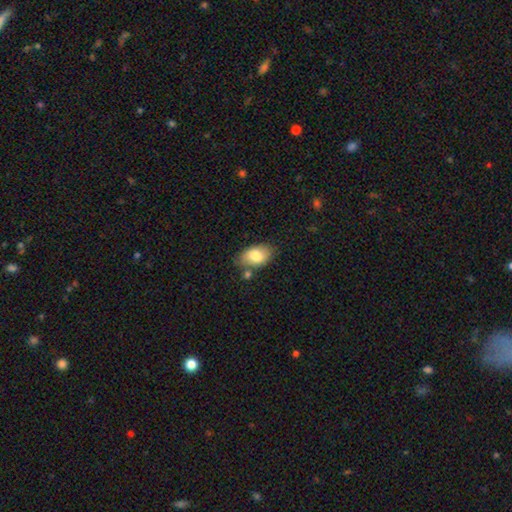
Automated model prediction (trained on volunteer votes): smooth-or-featured: smooth: 80% | featured or disk: 13% | star or artifact: 7%
  how-rounded: in between: 91% | round: 8% | cigar-shaped: 1%
  merging: none: 71% | minor disturbance: 17% | merger: 8% | major disturbance: 4%